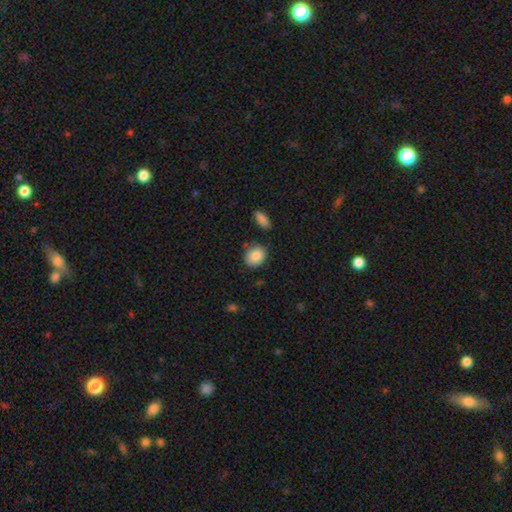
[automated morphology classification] Q: Smooth or featured?
A: smooth (87%); runner-up: star or artifact (7%)
Q: How rounded?
A: round (54%); runner-up: in between (45%)
Q: Merging?
A: none (76%); runner-up: minor disturbance (16%)